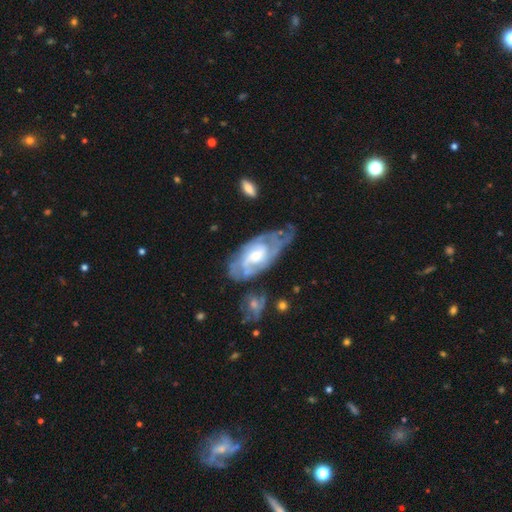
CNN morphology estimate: The model was most divided on "bulge size": moderate: 53%, small: 37%, large: 7%, none: 2%, dominant: 1%. Remaining: edge-on disk — no (93%); spiral arms — yes (90%); smooth or featured — featured or disk (80%); spiral winding — tight (56%); bar — no (56%); merging — none (49%); spiral arm count — can't tell (45%).